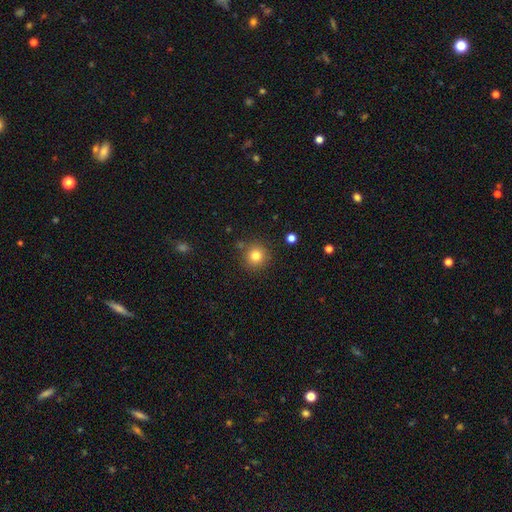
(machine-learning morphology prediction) This is clearly a smooth galaxy (81%). How rounded: clearly round (94%). Merging: clearly none (86%).